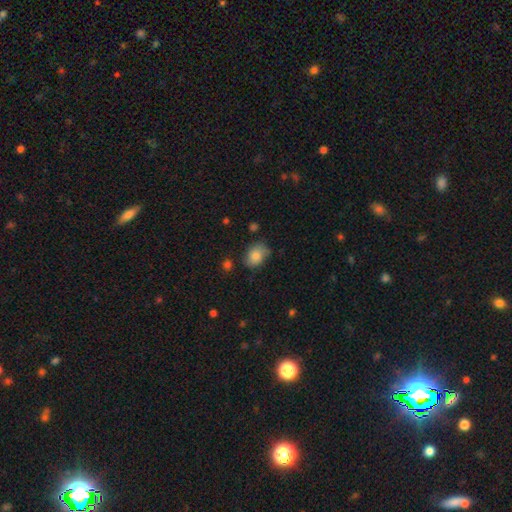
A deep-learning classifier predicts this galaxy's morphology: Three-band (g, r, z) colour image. It shows a smooth galaxy with no disk features (80%) that is in between round and cigar-shaped (66%). Merging: none (60%).